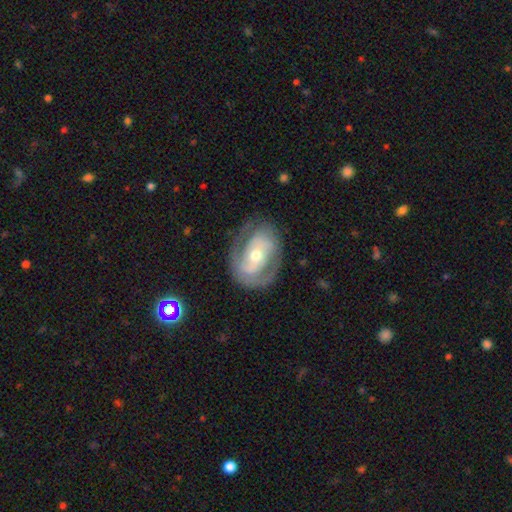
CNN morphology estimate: Smooth or featured? Predicted: featured or disk (p=0.76). Edge-on disk? Predicted: no (p=0.96). Bar? Predicted: no (p=0.47). Spiral arms? Predicted: yes (p=0.80). Spiral winding? Predicted: tight (p=0.43). Spiral arm count? Predicted: 2 (p=0.70). Bulge size? Predicted: moderate (p=0.61). Merging? Predicted: none (p=0.70).